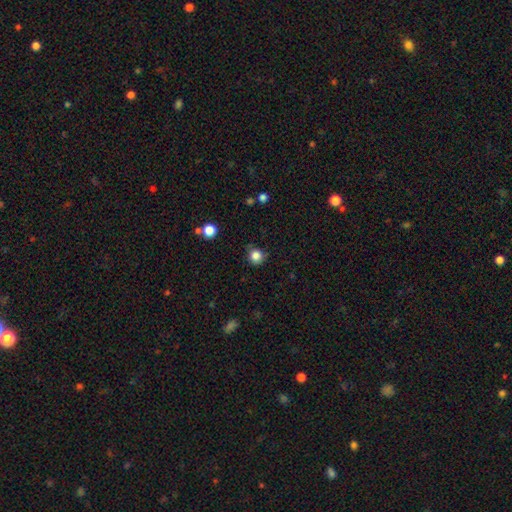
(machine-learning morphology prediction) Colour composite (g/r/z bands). It shows a smooth galaxy with no disk features (84%) that is round (92%). Merging: none (81%).